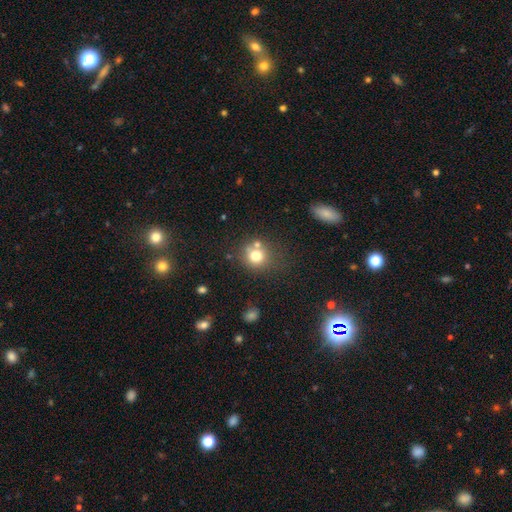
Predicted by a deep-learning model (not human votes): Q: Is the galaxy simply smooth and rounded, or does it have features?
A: smooth — 74%.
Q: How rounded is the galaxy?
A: round — 84%.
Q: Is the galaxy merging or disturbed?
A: none — 60%.